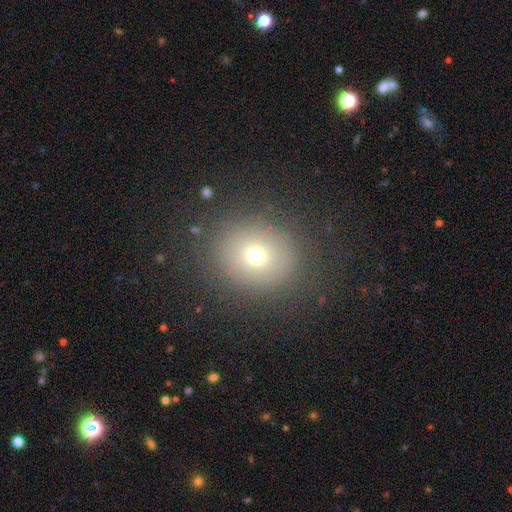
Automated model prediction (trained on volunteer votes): This appears to be a smooth galaxy with no disk features (67%) that is round (81%). Merging: none (85%).